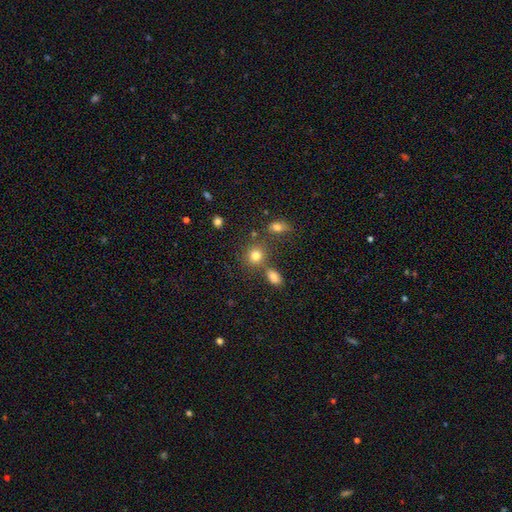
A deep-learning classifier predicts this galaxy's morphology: Q: Smooth or featured?
A: smooth (79%); runner-up: star or artifact (13%)
Q: How rounded?
A: round (77%); runner-up: in between (21%)
Q: Merging?
A: none (69%); runner-up: merger (16%)